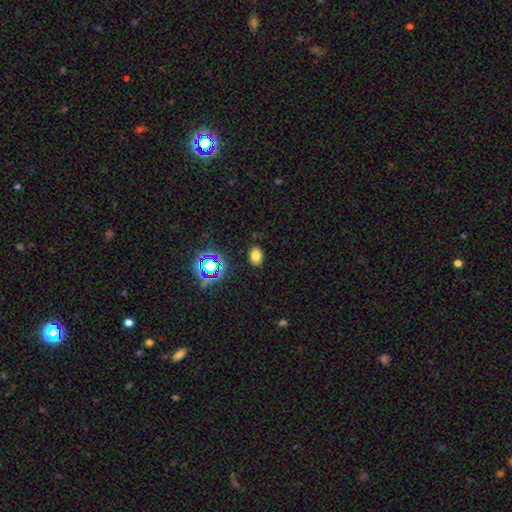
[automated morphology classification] type=smooth (73%); roundness=in between (75%); merging=none (85%).